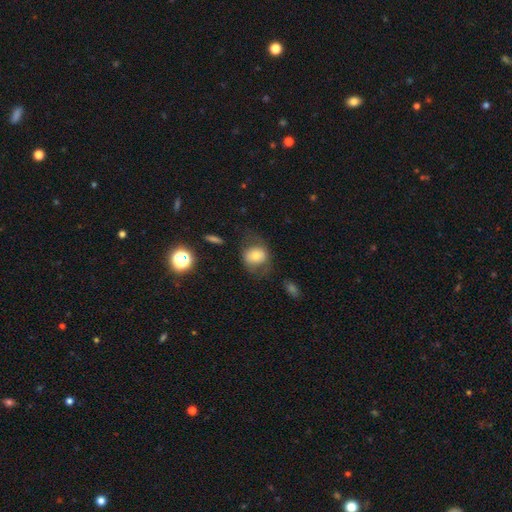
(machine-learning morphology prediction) Q: Smooth or featured?
A: smooth (65%); runner-up: featured or disk (26%)
Q: How rounded?
A: round (64%); runner-up: in between (34%)
Q: Merging?
A: none (59%); runner-up: minor disturbance (21%)